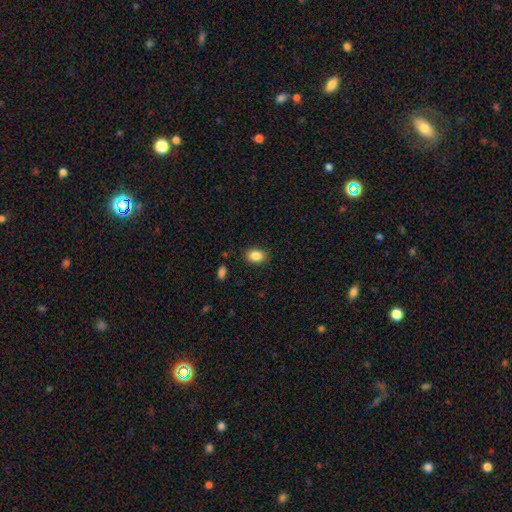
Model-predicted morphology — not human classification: The model was most divided on "how rounded": in between: 72%, round: 27%, cigar-shaped: 1%. More confident: smooth or featured — smooth (87%); merging — none (86%).